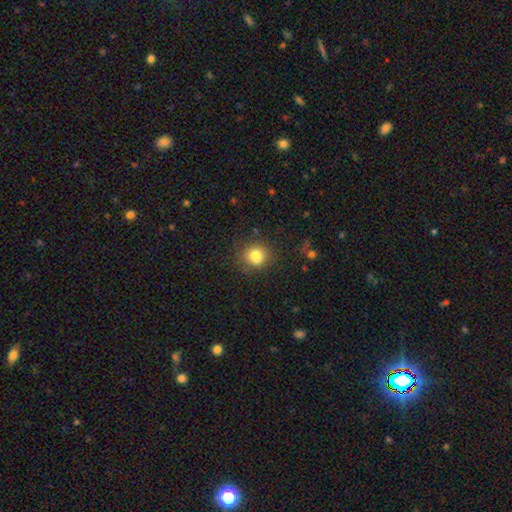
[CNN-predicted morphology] The model was most divided on "merging": none: 64%, merger: 16%, minor disturbance: 15%, major disturbance: 5%. More confident: smooth or featured — smooth (77%); how rounded — round (77%).